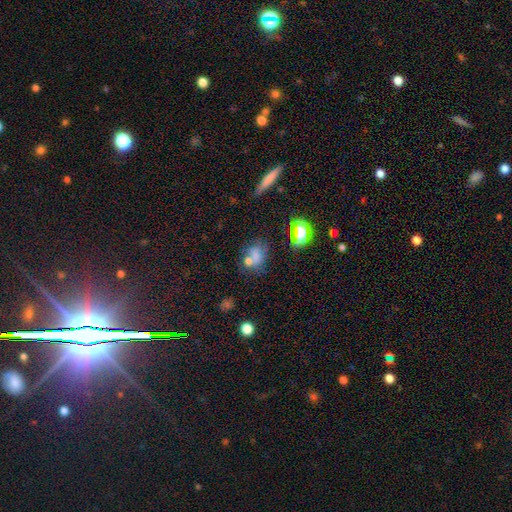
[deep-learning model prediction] Morphology: type=smooth (60%); roundness=in between (56%); merging=none (45%).